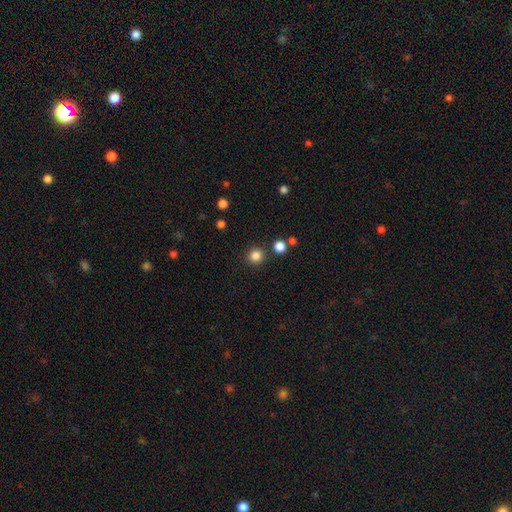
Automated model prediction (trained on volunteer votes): Overall: smooth (84%). How rounded: round (92%). Merging: none (88%).